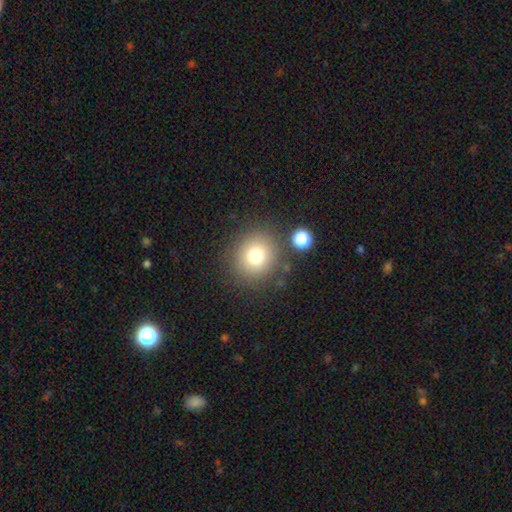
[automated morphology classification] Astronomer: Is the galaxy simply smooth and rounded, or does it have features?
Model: smooth — 76%.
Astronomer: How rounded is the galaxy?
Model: round — 86%.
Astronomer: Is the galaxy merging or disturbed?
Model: none — 81%.